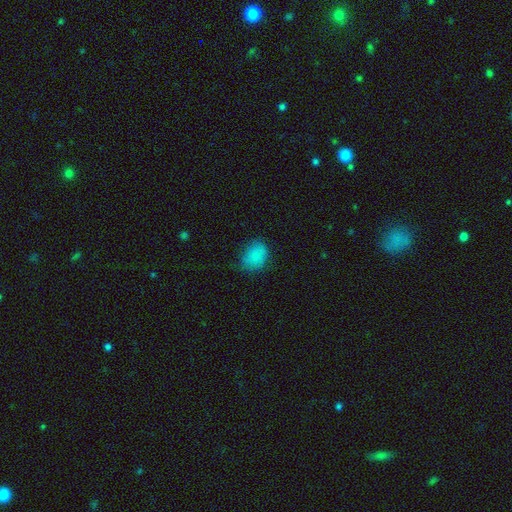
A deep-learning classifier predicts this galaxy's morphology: Smooth or featured? smooth (84%)
How rounded? in between (57%)
Merging? none (70%)